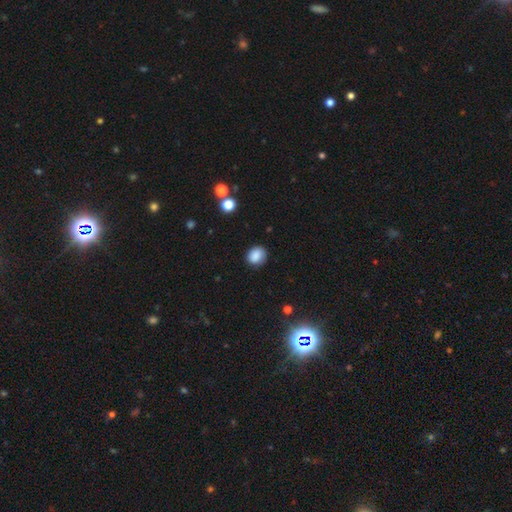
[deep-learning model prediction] This appears to be a smooth galaxy with no disk features (85%) that is round (65%). Merging: none (82%).